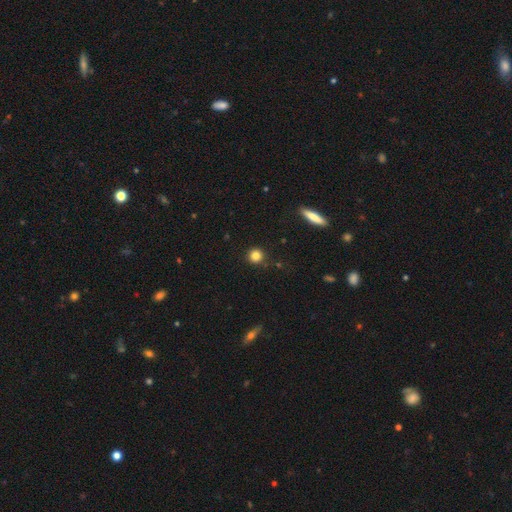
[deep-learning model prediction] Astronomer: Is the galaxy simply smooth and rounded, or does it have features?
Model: smooth — 82%.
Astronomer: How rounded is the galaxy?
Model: round — 92%.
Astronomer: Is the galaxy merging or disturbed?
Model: none — 89%.